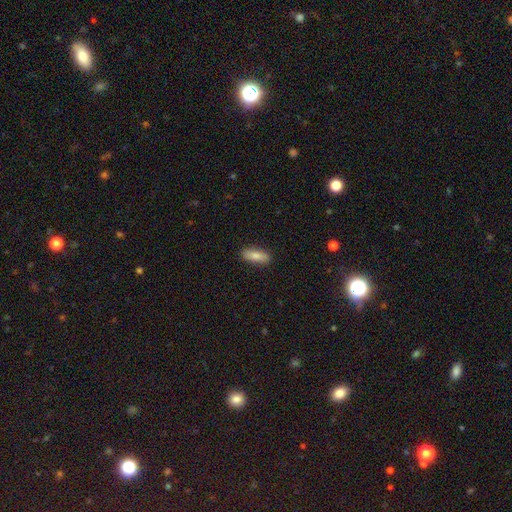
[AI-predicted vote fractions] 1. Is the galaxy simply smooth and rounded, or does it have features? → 80% smooth, 14% featured or disk, 6% star or artifact.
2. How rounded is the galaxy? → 61% in between, 37% cigar-shaped, 2% round.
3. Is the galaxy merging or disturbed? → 88% none, 9% minor disturbance, 2% major disturbance, 1% merger.